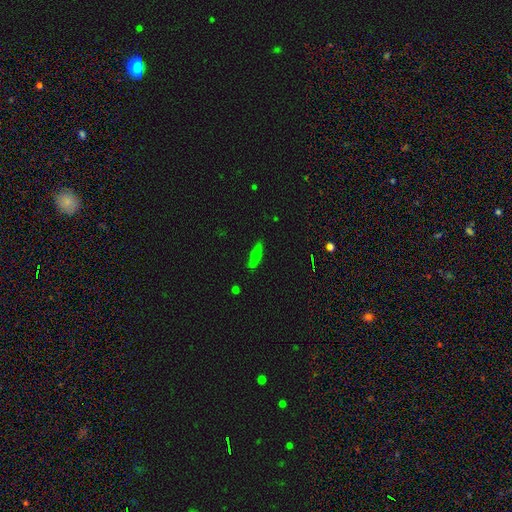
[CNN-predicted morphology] Q: Smooth or featured?
A: smooth (56%); runner-up: featured or disk (34%)
Q: How rounded?
A: cigar-shaped (72%); runner-up: in between (25%)
Q: Merging?
A: none (84%); runner-up: minor disturbance (13%)